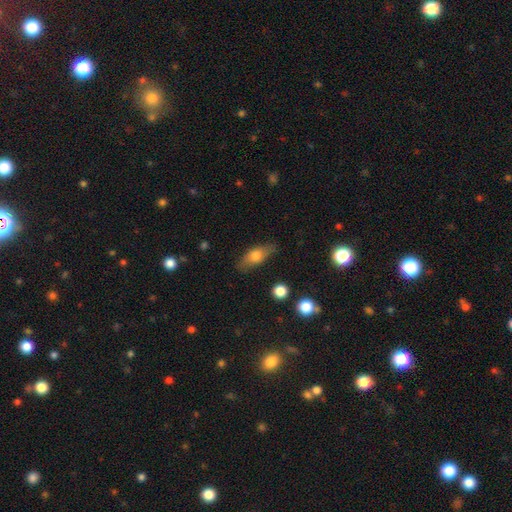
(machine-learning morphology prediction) Smooth or featured: smooth — 66% (featured or disk — 27%)
How rounded: in between — 72% (cigar-shaped — 23%)
Merging: none — 77% (minor disturbance — 17%)